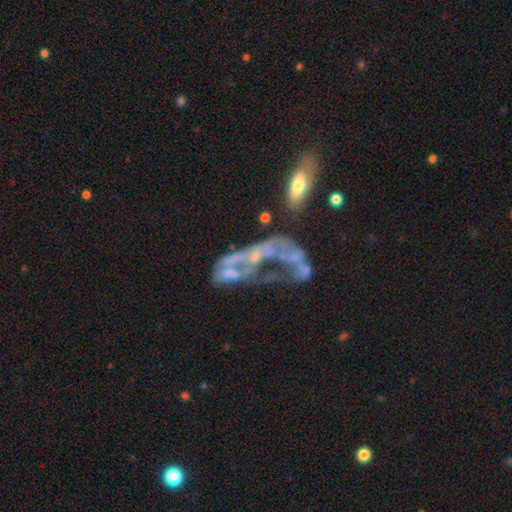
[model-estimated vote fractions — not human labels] smooth-or-featured: featured or disk: 65% | smooth: 20% | star or artifact: 15%
  disk-edge-on: no: 92% | yes: 8%
    bar: no: 87% | weak: 9% | strong: 4%
    has-spiral-arms: no: 84% | yes: 16%
    bulge-size: none: 63% | small: 22% | moderate: 11% | large: 2% | dominant: 1%
  merging: major disturbance: 38% | merger: 37% | none: 15% | minor disturbance: 10%